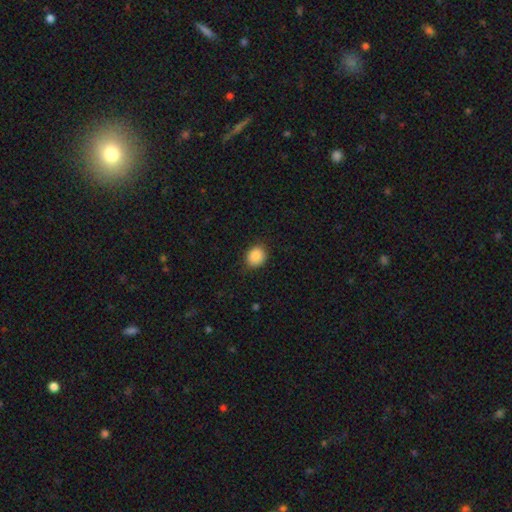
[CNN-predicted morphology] Smooth or featured?
  - smooth: 87% *
  - star or artifact: 9%
  - featured or disk: 5%
How rounded?
  - round: 68% *
  - in between: 31%
  - cigar-shaped: 1%
Merging?
  - none: 83% *
  - minor disturbance: 13%
  - major disturbance: 3%
  - merger: 1%